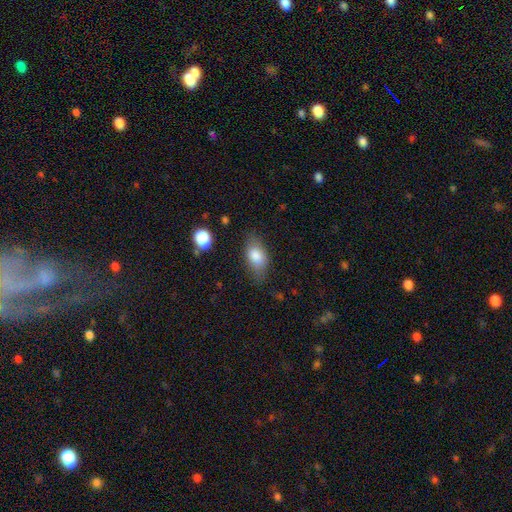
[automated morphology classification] This is clearly a smooth galaxy (81%). How rounded: clearly in between (88%). Merging: likely none (68%).